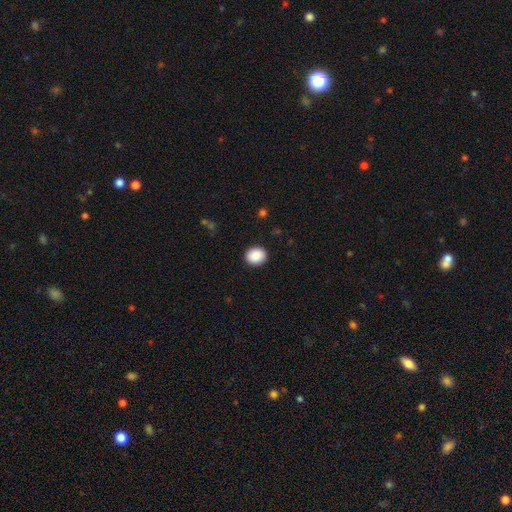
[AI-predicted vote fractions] smooth_or_featured: smooth (p=0.89) [alt: star or artifact p=0.08]
how_rounded: round (p=0.75) [alt: in between p=0.24]
merging: none (p=0.91) [alt: minor disturbance p=0.06]